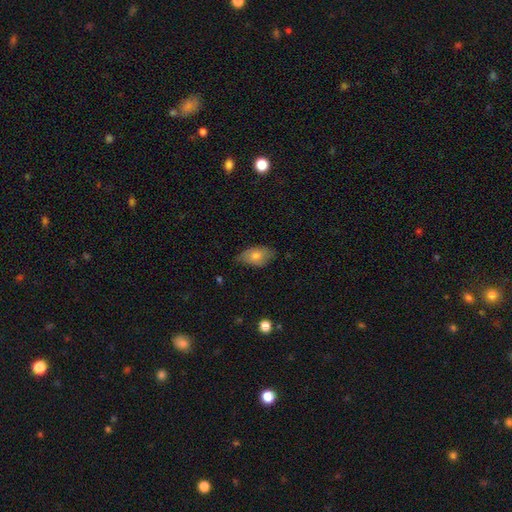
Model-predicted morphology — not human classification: Smooth or featured: smooth — 70% (featured or disk — 22%)
How rounded: in between — 90% (round — 7%)
Merging: none — 66% (minor disturbance — 28%)